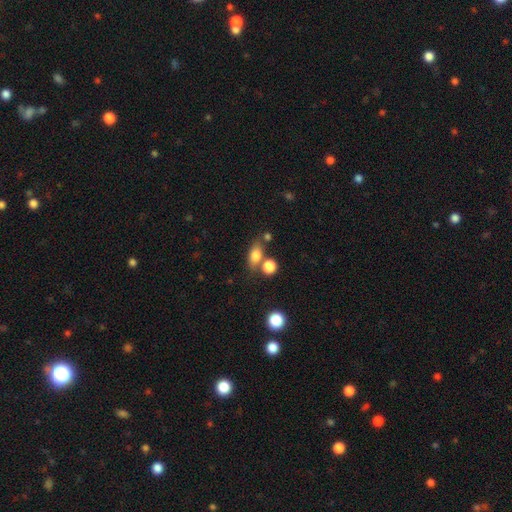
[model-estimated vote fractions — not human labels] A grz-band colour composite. It shows a smooth galaxy with no disk features (77%) that is in between round and cigar-shaped (72%). Merging: none (60%).